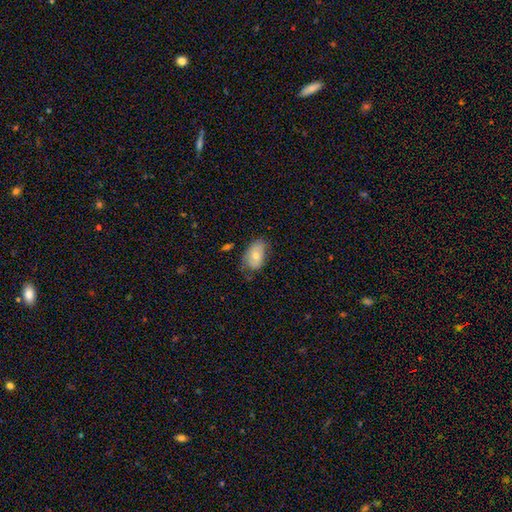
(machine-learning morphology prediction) Overall: smooth (63%; featured or disk 29%). How rounded: in between (88%). Merging: none (61%; minor disturbance 29%).